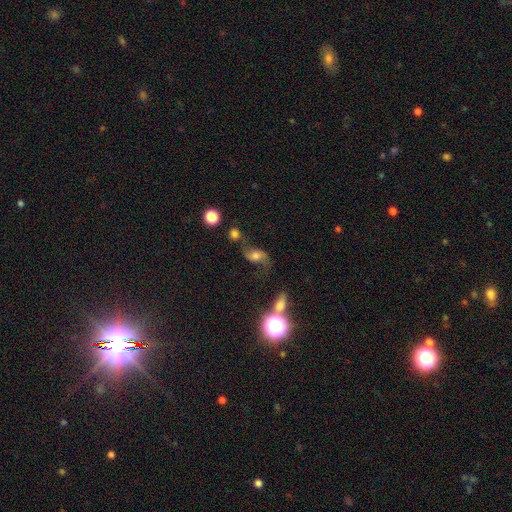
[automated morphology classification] A featured or disk galaxy (61%) with no bar (62%), 2 (90%) loose (82%) spiral arms (89%) and a moderate central bulge (54%).

Vote fractions:
- Smooth or featured? featured or disk: 61% / smooth: 25% / star or artifact: 14%
- Edge-on disk? no: 94% / yes: 6%
- Bar? no: 62% / weak: 30% / strong: 9%
- Spiral arms? yes: 89% / no: 11%
- Spiral winding? loose: 82% / medium: 15% / tight: 4%
- Spiral arm count? 2: 90% / 1: 4% / can't tell: 3% / 3: 1% / more than 4: 1% / 4: 1%
- Bulge size? moderate: 54% / large: 22% / small: 16% / none: 5% / dominant: 4%
- Merging? none: 55% / minor disturbance: 19% / major disturbance: 14% / merger: 12%